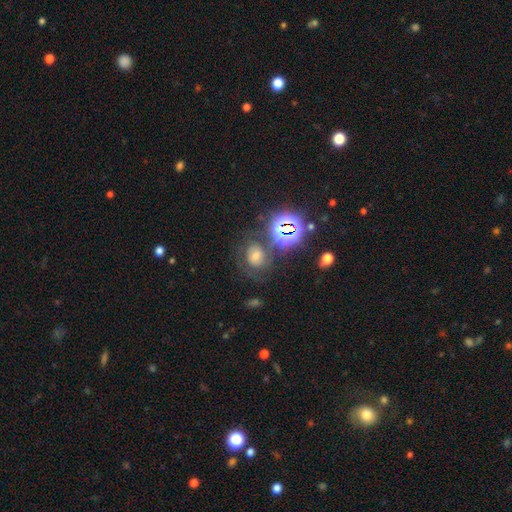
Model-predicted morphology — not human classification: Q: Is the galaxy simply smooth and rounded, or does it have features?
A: star or artifact — 38%.